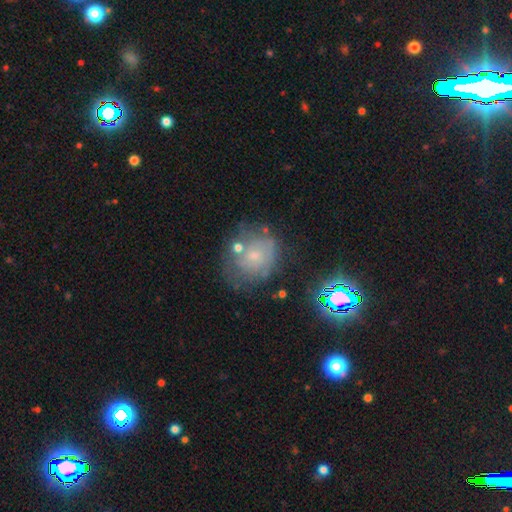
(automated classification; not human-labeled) This appears to be a featured or disk galaxy (43%). Merging: none (51%).